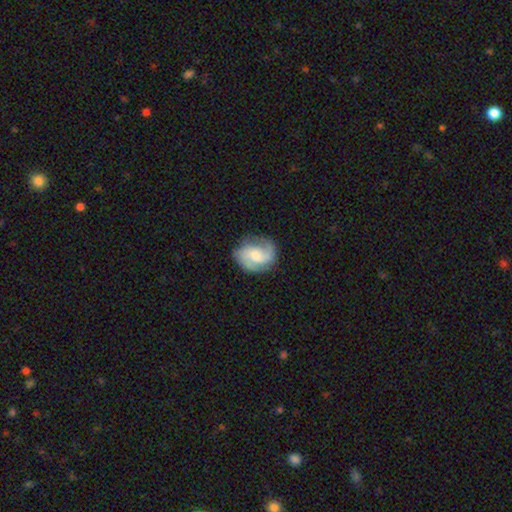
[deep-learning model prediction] This is likely a featured or disk galaxy (70%). It is clearly not viewed edge-on (98%). Bar: possibly no (55%). Spiral arm pattern: clearly yes (94%). Spiral arm count: likely 2 (61%). Spiral winding: possibly medium (47%). Central bulge: marginally moderate (39%). Merging: likely none (71%).